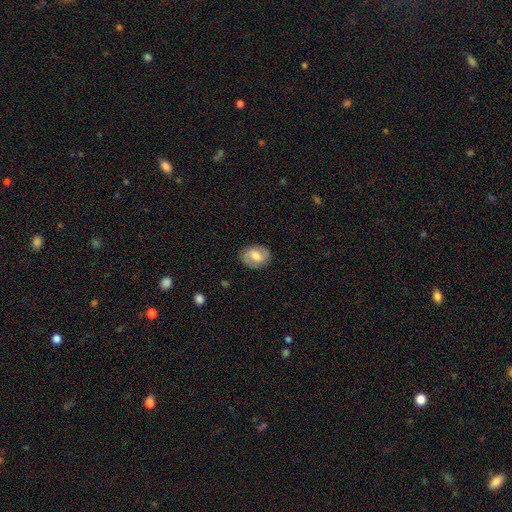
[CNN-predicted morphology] Overall: smooth (49%; featured or disk 44%). Merging: none (84%).